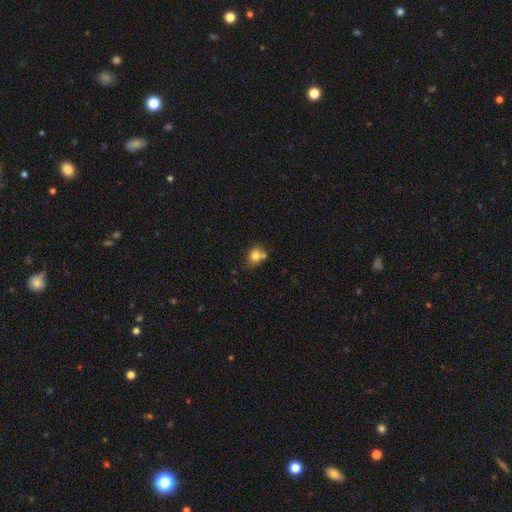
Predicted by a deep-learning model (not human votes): Smooth or featured: smooth — 78% (featured or disk — 11%)
How rounded: round — 57% (in between — 42%)
Merging: none — 55% (merger — 25%)